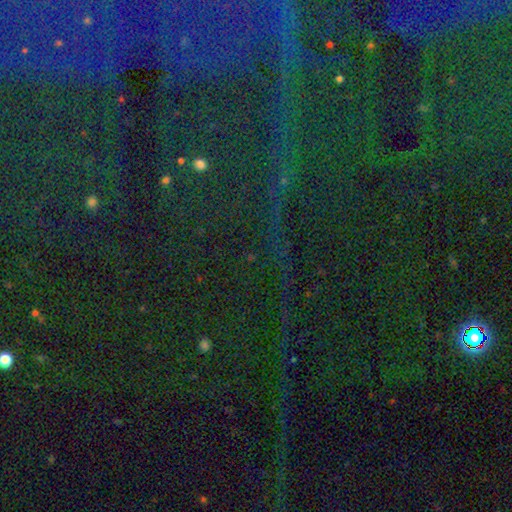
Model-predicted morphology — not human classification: type=star or artifact (84%).